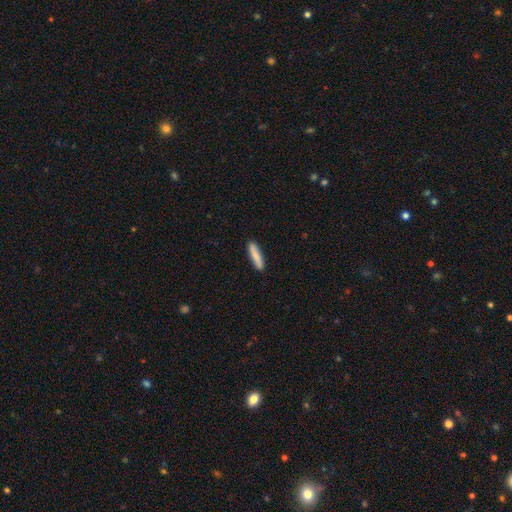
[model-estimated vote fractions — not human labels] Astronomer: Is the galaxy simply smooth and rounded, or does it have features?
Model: smooth — 80%.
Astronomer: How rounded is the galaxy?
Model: cigar-shaped — 84%.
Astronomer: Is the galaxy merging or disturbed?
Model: none — 88%.